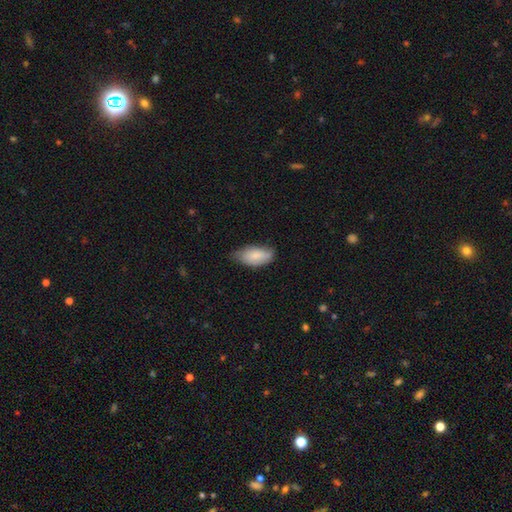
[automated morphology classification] The model was most divided on "merging": none: 53%, minor disturbance: 39%, major disturbance: 6%, merger: 1%. More confident: how rounded — in between (93%); smooth or featured — smooth (82%).